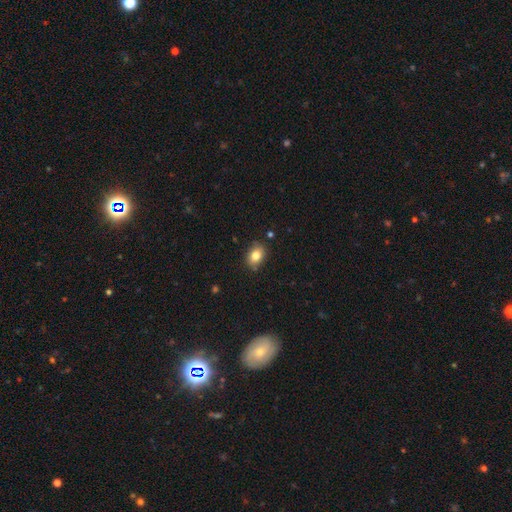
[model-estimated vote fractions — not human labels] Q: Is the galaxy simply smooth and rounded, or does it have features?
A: smooth — 83%.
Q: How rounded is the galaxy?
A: in between — 75%.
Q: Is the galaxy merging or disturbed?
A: none — 83%.